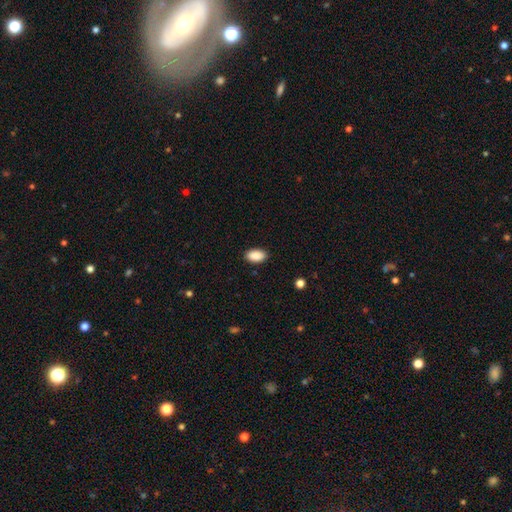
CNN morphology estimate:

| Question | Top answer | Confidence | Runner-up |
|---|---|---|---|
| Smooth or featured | smooth | 90% | star or artifact (7%) |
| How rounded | in between | 94% | round (4%) |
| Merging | none | 89% | minor disturbance (8%) |